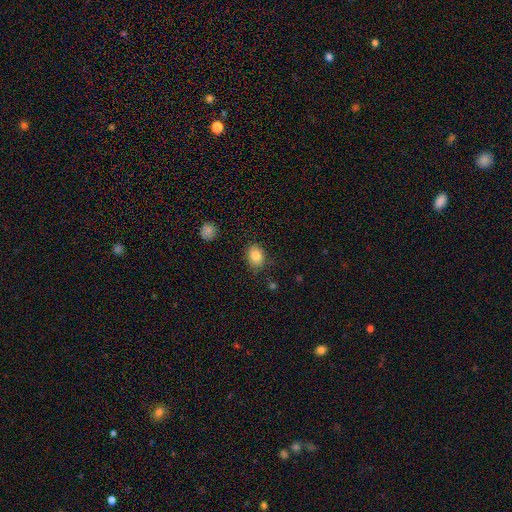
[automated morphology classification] Smooth or featured? smooth (86%)
How rounded? in between (61%)
Merging? none (78%)